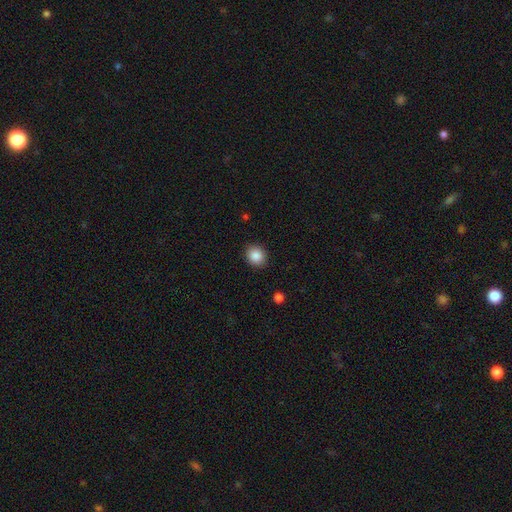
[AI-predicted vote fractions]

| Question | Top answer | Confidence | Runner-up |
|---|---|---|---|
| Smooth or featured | smooth | 87% | star or artifact (9%) |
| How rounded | round | 73% | in between (27%) |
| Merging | none | 90% | minor disturbance (7%) |